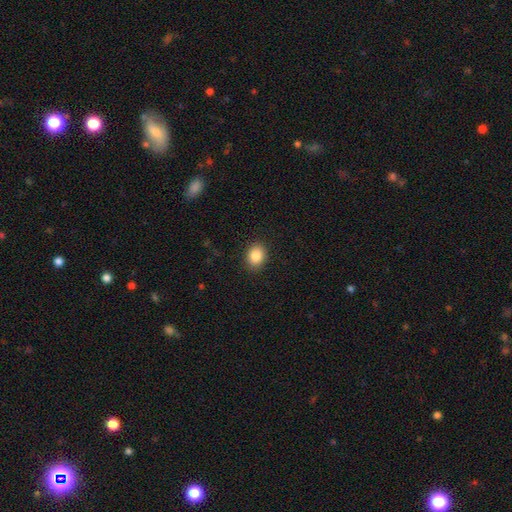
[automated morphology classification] A smooth galaxy with no disk features (86%) that is in between round and cigar-shaped (58%).

Vote fractions:
- Smooth or featured? smooth: 86% / star or artifact: 9% / featured or disk: 6%
- How rounded? in between: 58% / round: 41% / cigar-shaped: 1%
- Merging? none: 89% / minor disturbance: 8% / major disturbance: 2% / merger: 1%